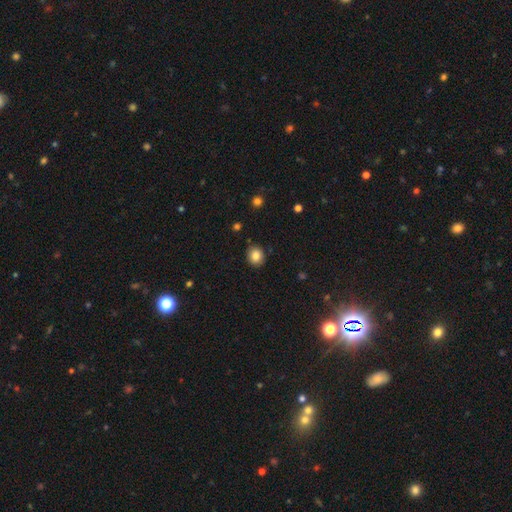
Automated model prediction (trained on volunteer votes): Smooth or featured? Predicted: smooth (p=0.84). How rounded? Predicted: round (p=0.77). Merging? Predicted: none (p=0.89).